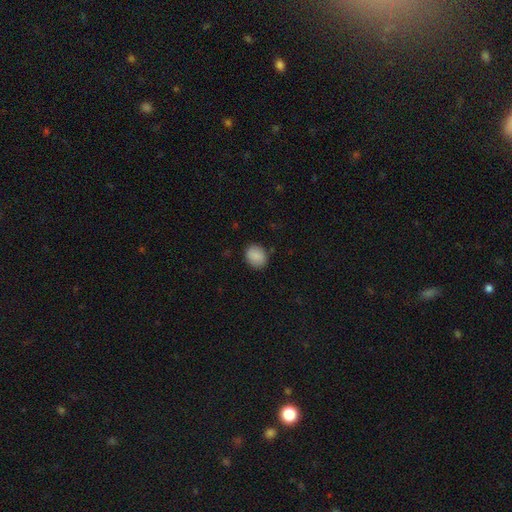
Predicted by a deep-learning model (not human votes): Smooth or featured? smooth (89%)
How rounded? round (57%)
Merging? none (84%)